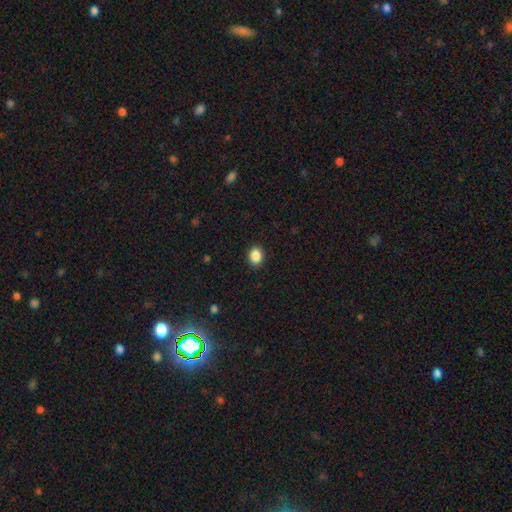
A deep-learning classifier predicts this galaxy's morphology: Smooth or featured? smooth (87%)
How rounded? round (52%)
Merging? none (90%)